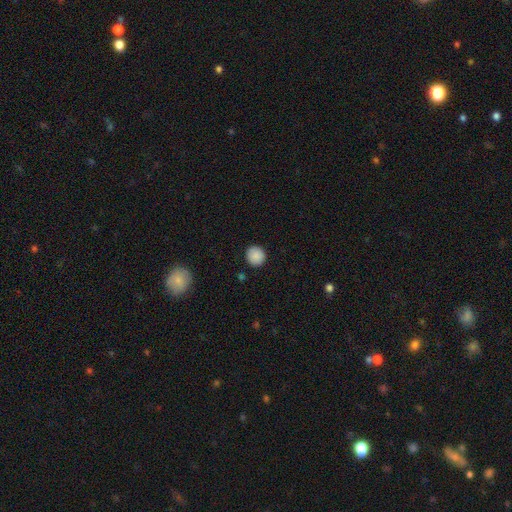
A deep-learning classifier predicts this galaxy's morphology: Smooth or featured? Predicted: smooth (p=0.88). How rounded? Predicted: round (p=0.92). Merging? Predicted: none (p=0.89).